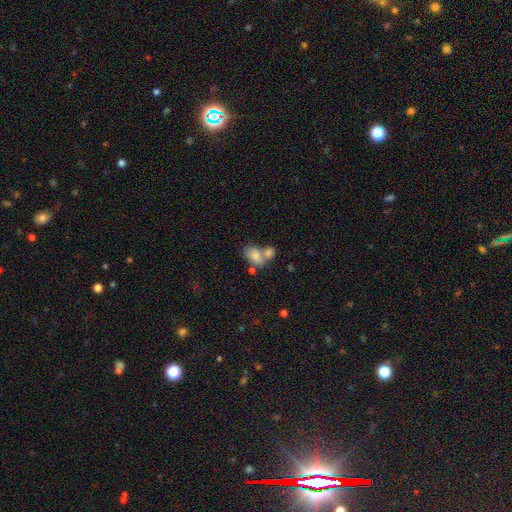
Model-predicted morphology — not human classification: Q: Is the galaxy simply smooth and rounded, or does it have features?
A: smooth — 78%.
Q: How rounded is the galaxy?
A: in between — 84%.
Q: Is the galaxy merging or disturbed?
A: merger — 52%.